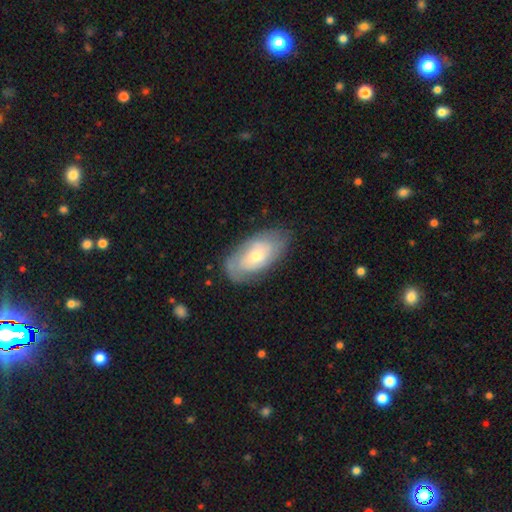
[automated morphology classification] A featured or disk galaxy (55%). Merging: none (73%).